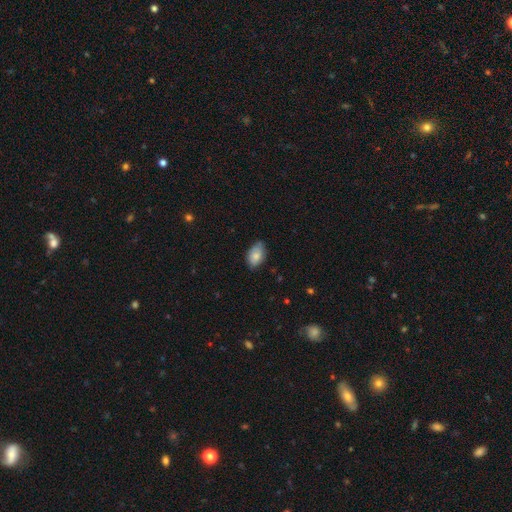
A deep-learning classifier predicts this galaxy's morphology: A smooth galaxy with no disk features (79%) that is in between round and cigar-shaped (91%).

Vote fractions:
- Smooth or featured? smooth: 79% / featured or disk: 13% / star or artifact: 7%
- How rounded? in between: 91% / round: 8% / cigar-shaped: 1%
- Merging? none: 69% / minor disturbance: 26% / major disturbance: 4% / merger: 1%